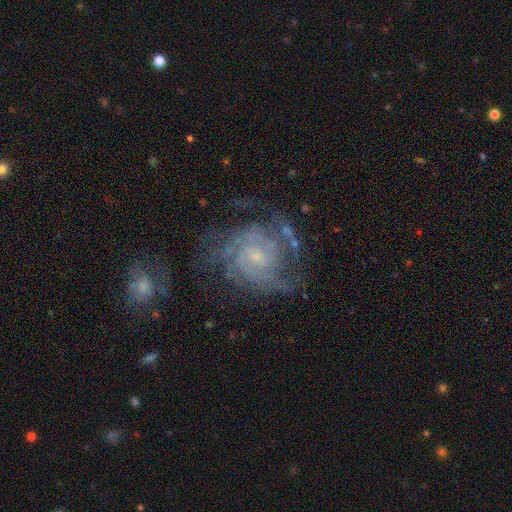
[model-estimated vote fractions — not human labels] Smooth or featured? featured or disk (87%)
Edge-on disk? no (98%)
Bar? no (60%)
Spiral arms? yes (96%)
Spiral winding? tight (64%)
Spiral arm count? 2 (33%)
Bulge size? small (66%)
Merging? none (61%)